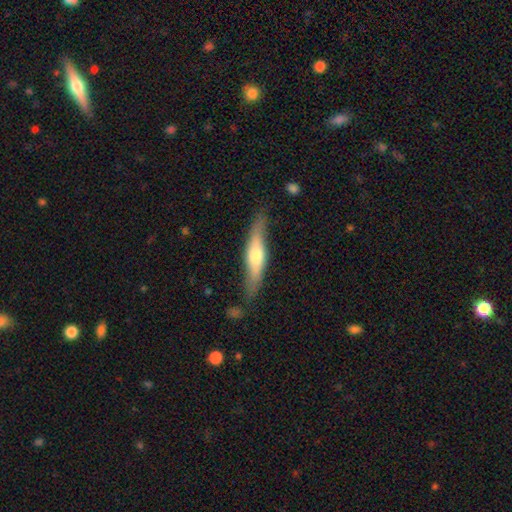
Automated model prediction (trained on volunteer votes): Smooth or featured: featured or disk — 51% (smooth — 44%)
Edge-on disk: yes — 83% (no — 17%)
Merging: none — 77% (minor disturbance — 16%)